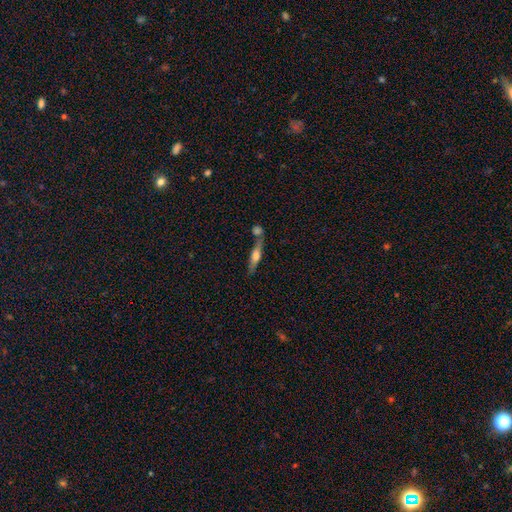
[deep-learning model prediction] Q: Smooth or featured?
A: featured or disk (51%); runner-up: smooth (42%)
Q: Edge-on disk?
A: yes (91%); runner-up: no (9%)
Q: Merging?
A: none (57%); runner-up: merger (28%)